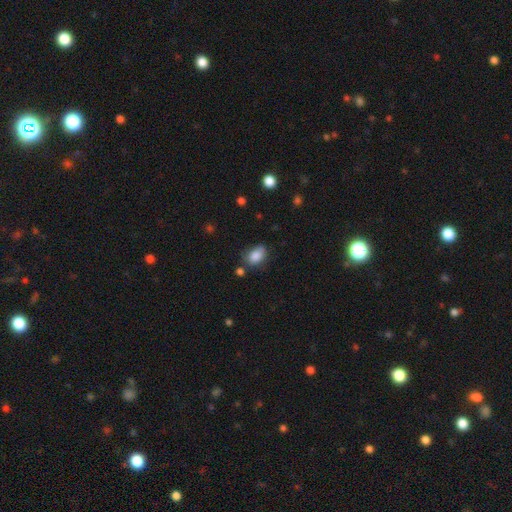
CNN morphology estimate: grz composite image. It shows a smooth galaxy with no disk features (85%) that is in between round and cigar-shaped (82%). Merging: none (61%).